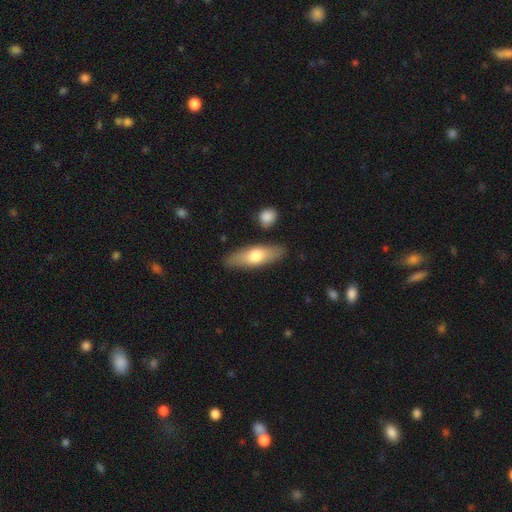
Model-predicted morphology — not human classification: type=smooth (62%); roundness=in between (49%); merging=none (85%).